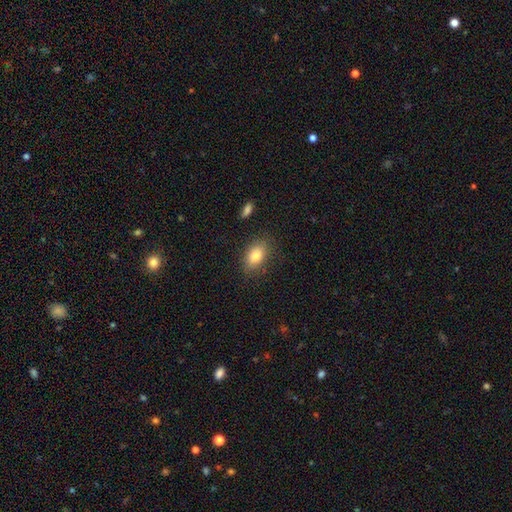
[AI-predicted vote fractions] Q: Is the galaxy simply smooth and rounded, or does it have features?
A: smooth — 81%.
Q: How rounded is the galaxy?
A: in between — 86%.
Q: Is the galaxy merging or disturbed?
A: none — 84%.